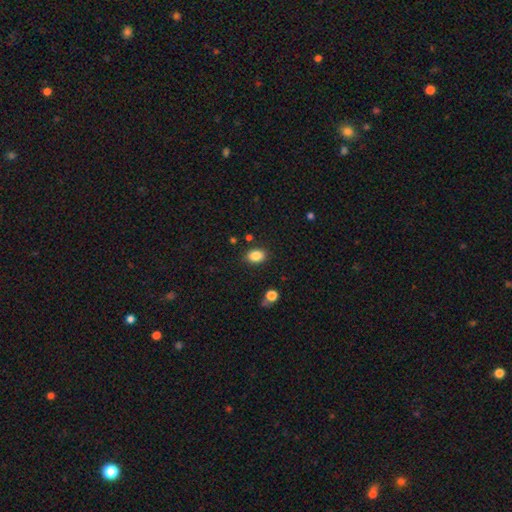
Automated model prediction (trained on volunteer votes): A smooth galaxy with no disk features (86%) that is in between round and cigar-shaped (75%). Merging: none (84%).